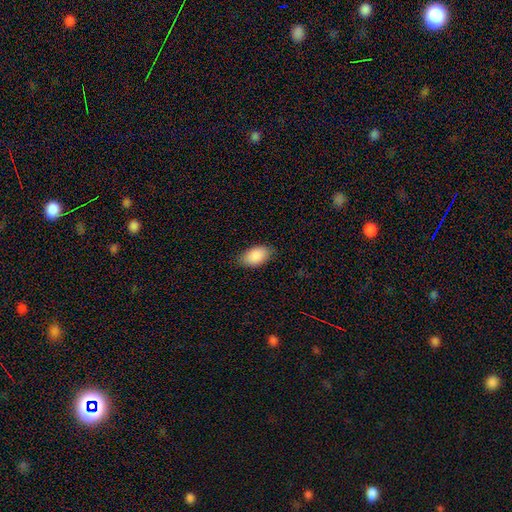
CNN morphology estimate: A smooth galaxy with no disk features (90%) that is in between round and cigar-shaped (93%). Merging: none (81%).